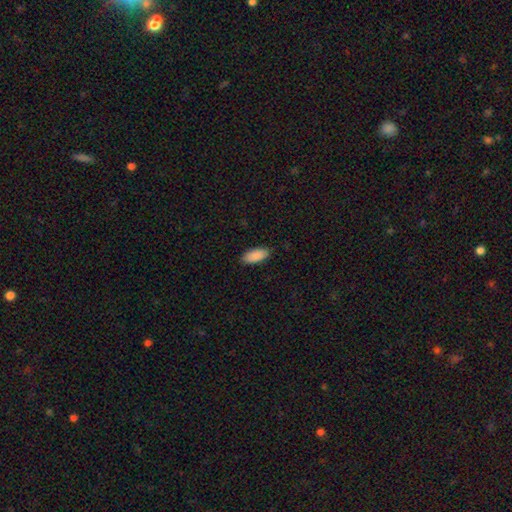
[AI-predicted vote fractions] Q: Smooth or featured?
A: smooth (90%); runner-up: star or artifact (6%)
Q: How rounded?
A: in between (88%); runner-up: cigar-shaped (11%)
Q: Merging?
A: none (88%); runner-up: minor disturbance (9%)